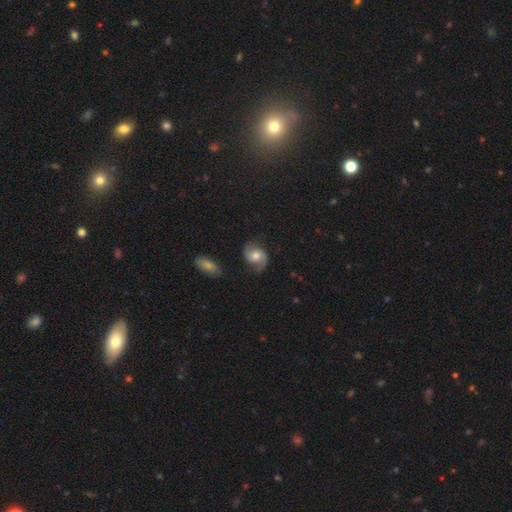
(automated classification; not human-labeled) This appears to be a featured or disk galaxy (74%) with no bar (59%), 2 (88%) medium (48%) spiral arms (94%) and a moderate central bulge (66%). Merging: none (75%).